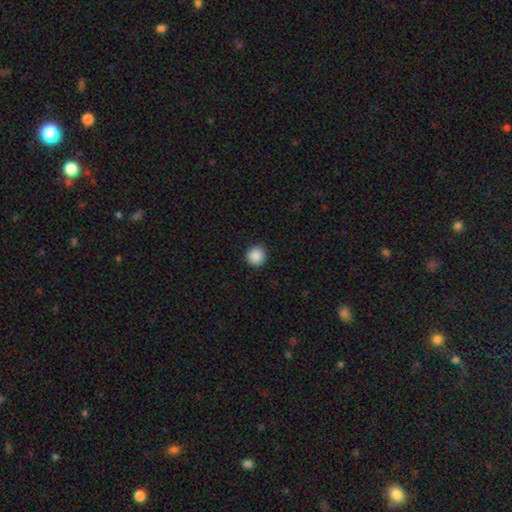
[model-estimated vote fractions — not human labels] Smooth or featured? smooth (89%)
How rounded? round (95%)
Merging? none (93%)